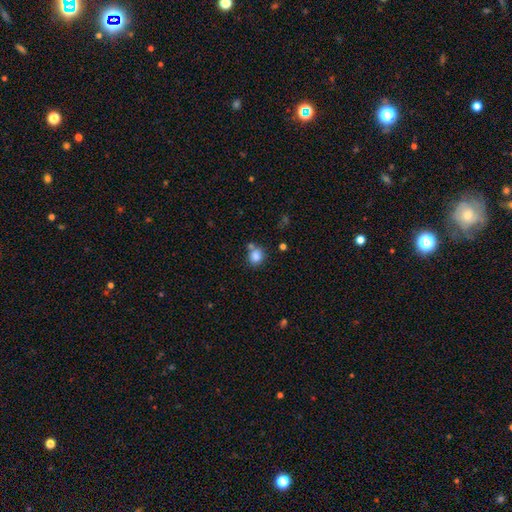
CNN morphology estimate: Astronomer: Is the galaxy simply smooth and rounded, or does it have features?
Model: smooth — 84%.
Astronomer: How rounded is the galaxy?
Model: round — 69%.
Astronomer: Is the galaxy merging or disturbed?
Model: none — 60%.